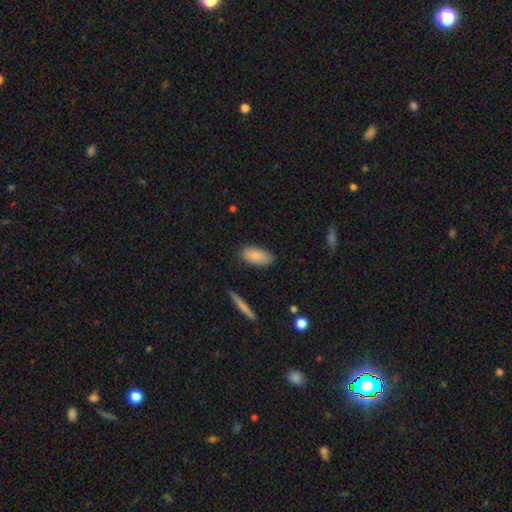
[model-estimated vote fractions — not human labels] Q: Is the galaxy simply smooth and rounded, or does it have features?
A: smooth — 85%.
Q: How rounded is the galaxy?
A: in between — 91%.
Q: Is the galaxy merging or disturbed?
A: none — 79%.